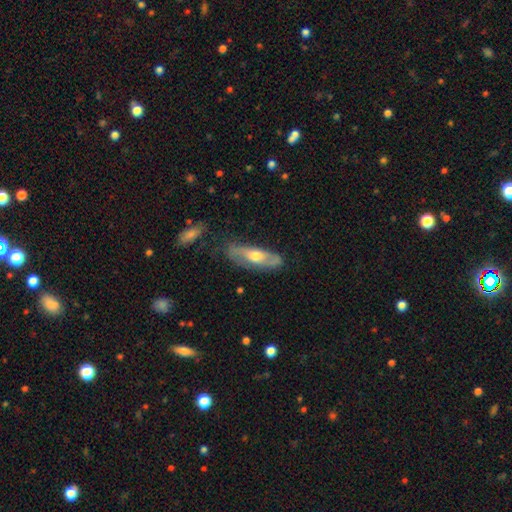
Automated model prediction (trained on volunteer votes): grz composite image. It shows a featured or disk galaxy (56%). Merging: none (69%).